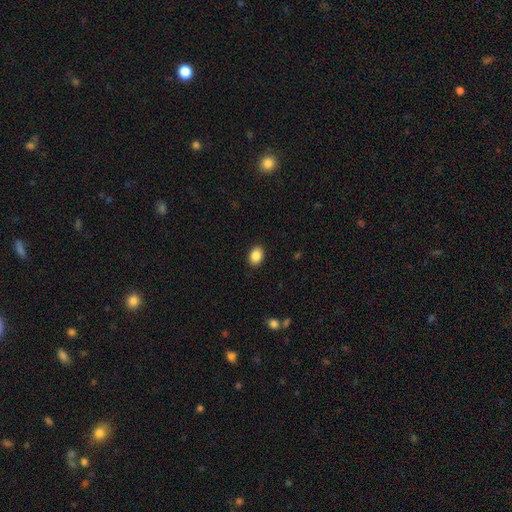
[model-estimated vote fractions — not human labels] smooth 87%, star or artifact 8%, featured or disk 4%. Down the decision tree: how rounded — in between (72%); merging — none (90%).